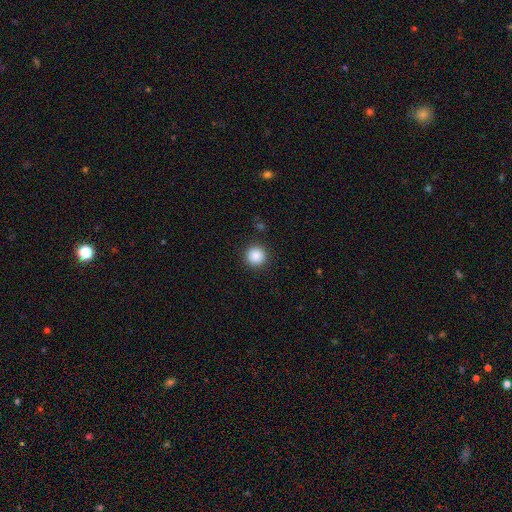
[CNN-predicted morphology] This appears to be a smooth galaxy with no disk features (87%) that is round (95%). Merging: none (91%).